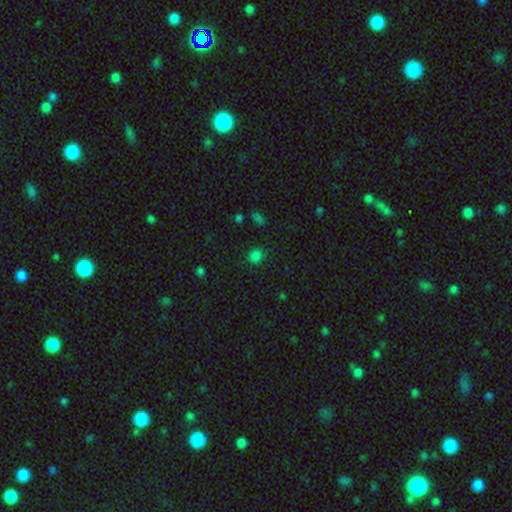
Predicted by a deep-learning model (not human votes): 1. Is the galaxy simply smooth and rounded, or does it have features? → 78% smooth, 18% star or artifact, 4% featured or disk.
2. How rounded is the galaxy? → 83% round, 16% in between, 1% cigar-shaped.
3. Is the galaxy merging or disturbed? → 86% none, 10% minor disturbance, 3% major disturbance, 2% merger.